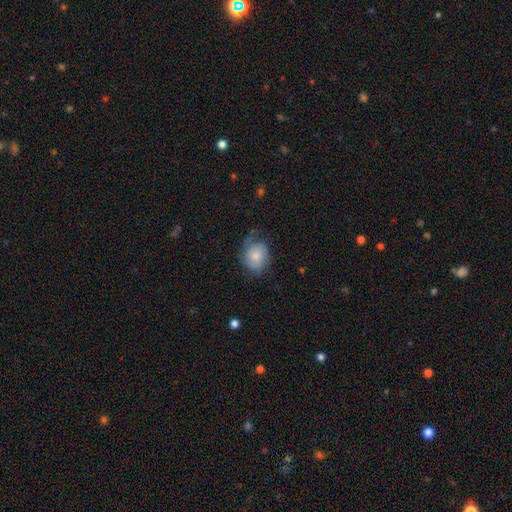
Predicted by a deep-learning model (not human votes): smooth-or-featured: smooth: 55% | featured or disk: 37% | star or artifact: 8%
  how-rounded: round: 58% | in between: 41% | cigar-shaped: 1%
  merging: none: 50% | minor disturbance: 31% | major disturbance: 18% | merger: 2%